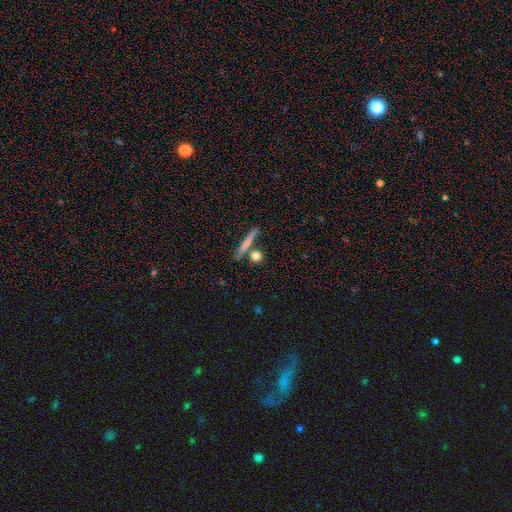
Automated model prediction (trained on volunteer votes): smooth 74%, featured or disk 16%, star or artifact 10%. Down the decision tree: how rounded — round (62%); merging — none (70%).